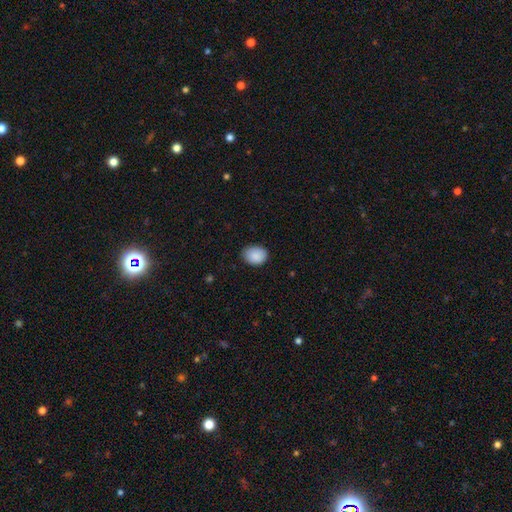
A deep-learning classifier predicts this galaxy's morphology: Smooth or featured: smooth — 89% (star or artifact — 7%)
How rounded: in between — 55% (round — 44%)
Merging: none — 81% (minor disturbance — 16%)